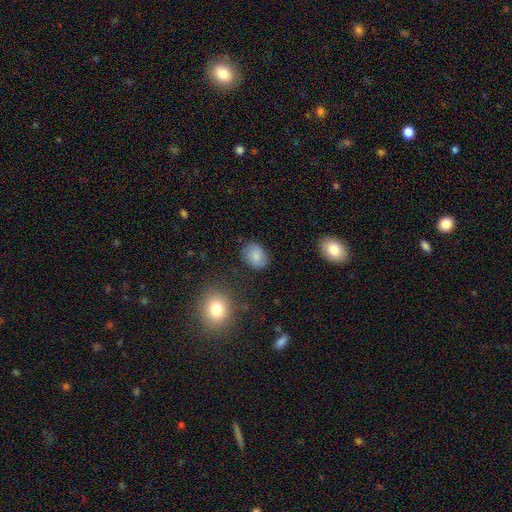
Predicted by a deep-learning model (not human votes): Smooth or featured: smooth — 82% (featured or disk — 9%)
How rounded: in between — 61% (round — 38%)
Merging: none — 81% (minor disturbance — 14%)